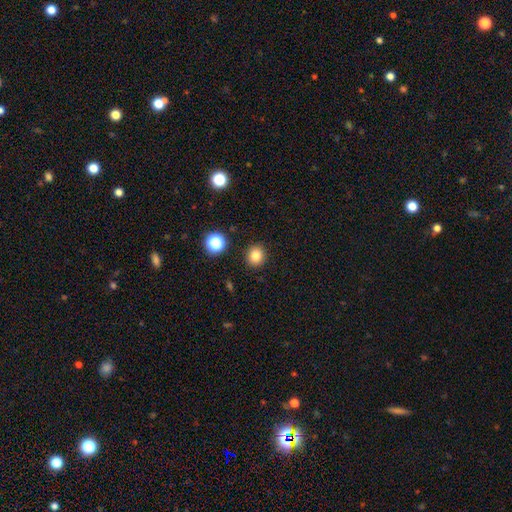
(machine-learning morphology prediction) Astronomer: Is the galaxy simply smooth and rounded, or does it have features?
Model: smooth — 82%.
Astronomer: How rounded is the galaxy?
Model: round — 84%.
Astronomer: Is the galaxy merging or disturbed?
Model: none — 91%.